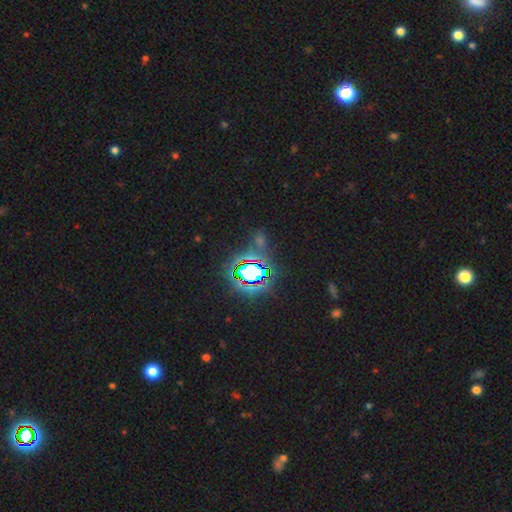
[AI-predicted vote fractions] A star or artifact, not a galaxy (83%).